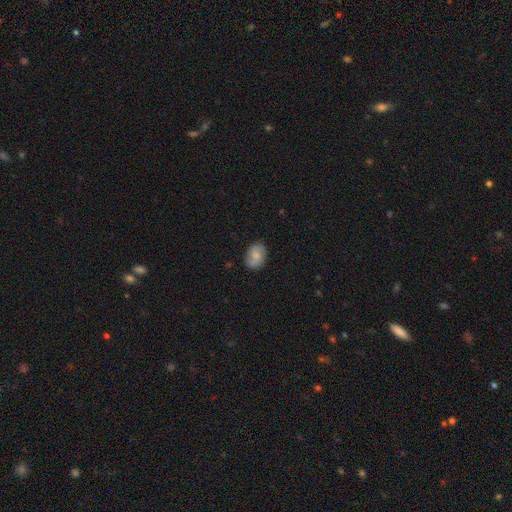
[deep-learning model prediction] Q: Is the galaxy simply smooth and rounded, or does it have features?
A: smooth — 58%.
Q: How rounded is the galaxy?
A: in between — 70%.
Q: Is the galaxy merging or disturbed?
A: none — 79%.